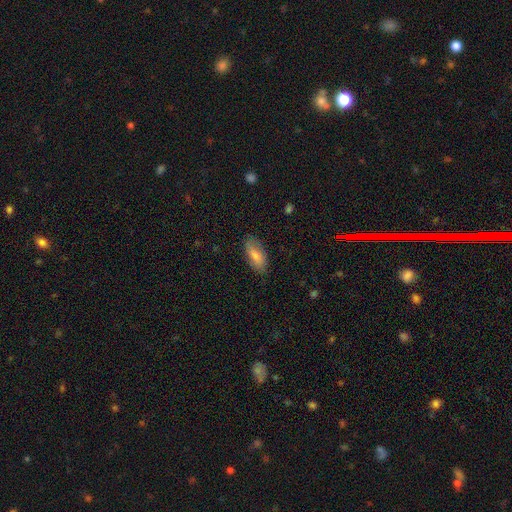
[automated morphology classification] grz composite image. It shows a smooth galaxy with no disk features (77%) that is in between round and cigar-shaped (87%). Merging: none (80%).